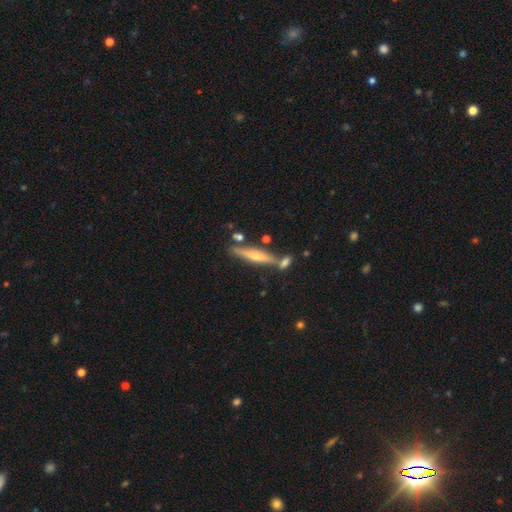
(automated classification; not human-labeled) Smooth or featured?
  - featured or disk: 59% *
  - smooth: 34%
  - star or artifact: 7%
Edge-on disk?
  - yes: 93% *
  - no: 7%
Edge-on bulge?
  - rounded: 76% *
  - none: 17%
  - boxy: 7%
Merging?
  - none: 72% *
  - merger: 14%
  - minor disturbance: 11%
  - major disturbance: 3%